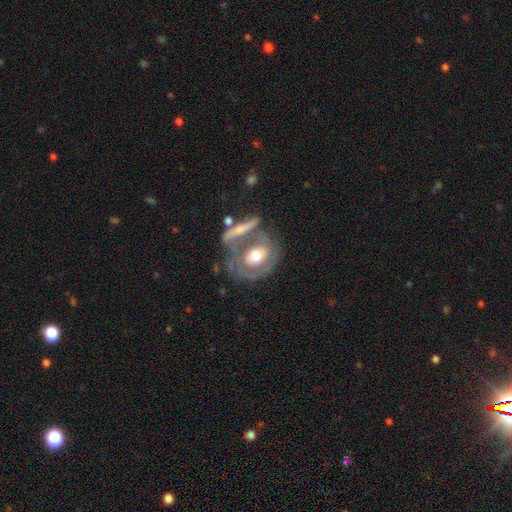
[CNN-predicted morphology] A featured or disk galaxy (63%) with no bar (73%), no spiral arms (55%) and a moderate central bulge (65%). Merging: none (45%).